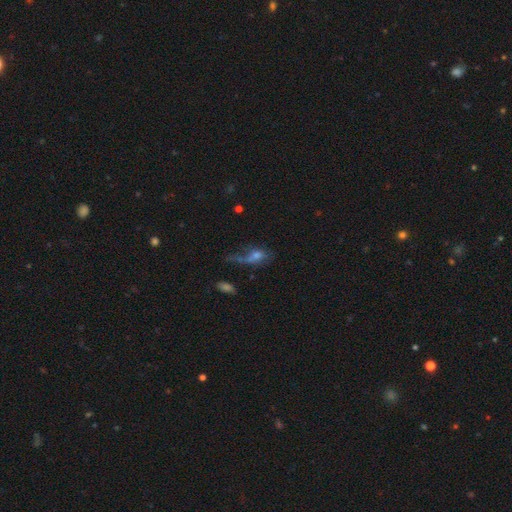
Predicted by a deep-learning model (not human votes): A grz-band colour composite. It shows a featured or disk galaxy (40%). Merging: major disturbance (40%).